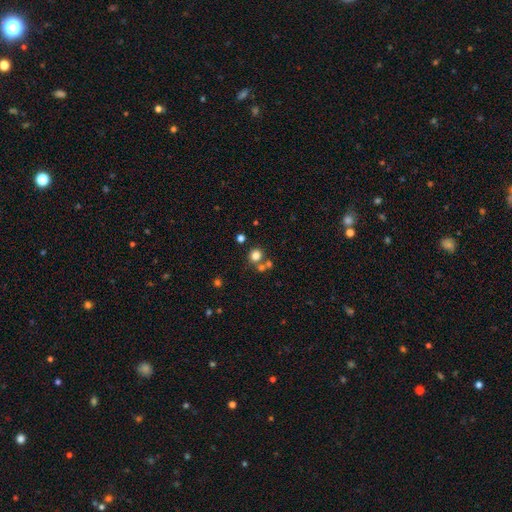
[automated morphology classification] This is likely a smooth galaxy (76%). How rounded: clearly round (86%). Merging: likely none (65%).